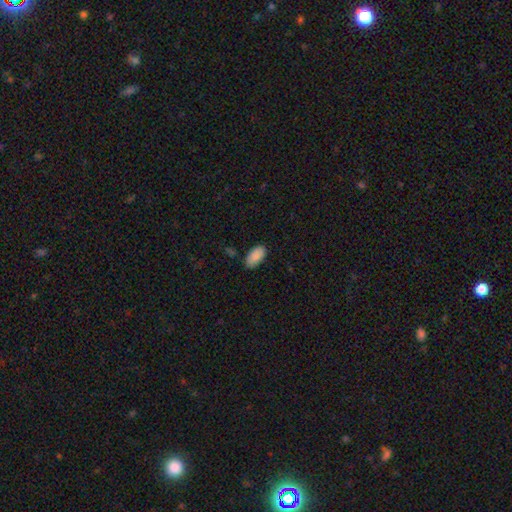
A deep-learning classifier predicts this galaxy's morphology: smooth-or-featured: smooth: 89% | star or artifact: 7% | featured or disk: 4%
  how-rounded: in between: 94% | cigar-shaped: 3% | round: 2%
  merging: none: 83% | minor disturbance: 12% | major disturbance: 3% | merger: 2%